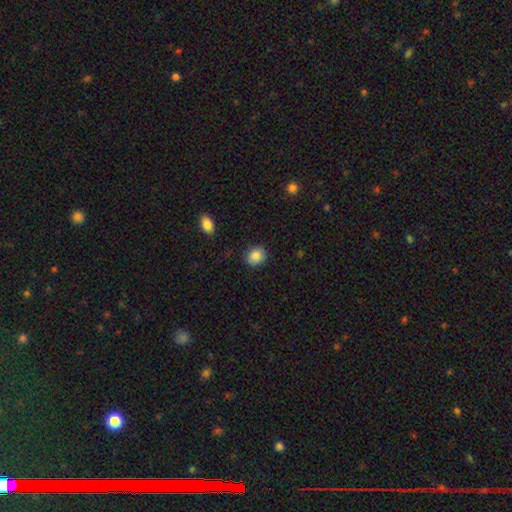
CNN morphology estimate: The model was most divided on "how rounded": round: 68%, in between: 31%, cigar-shaped: 1%. More confident: merging — none (88%); smooth or featured — smooth (87%).